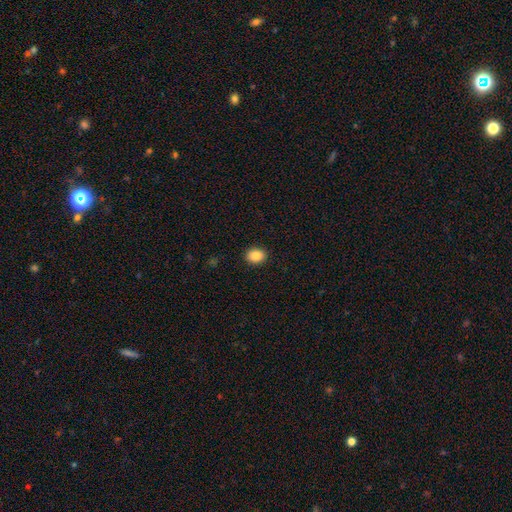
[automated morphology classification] Q: Smooth or featured?
A: smooth (87%); runner-up: star or artifact (9%)
Q: How rounded?
A: in between (56%); runner-up: round (43%)
Q: Merging?
A: none (91%); runner-up: minor disturbance (6%)